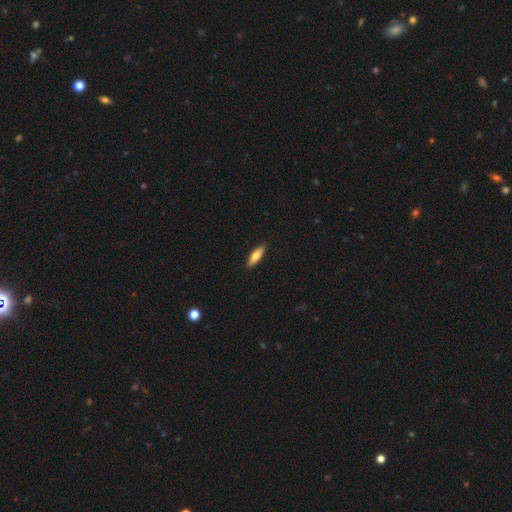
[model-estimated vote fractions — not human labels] smooth_or_featured: smooth (p=0.74) [alt: featured or disk p=0.20]
how_rounded: cigar-shaped (p=0.53) [alt: in between p=0.45]
merging: none (p=0.89) [alt: minor disturbance p=0.08]